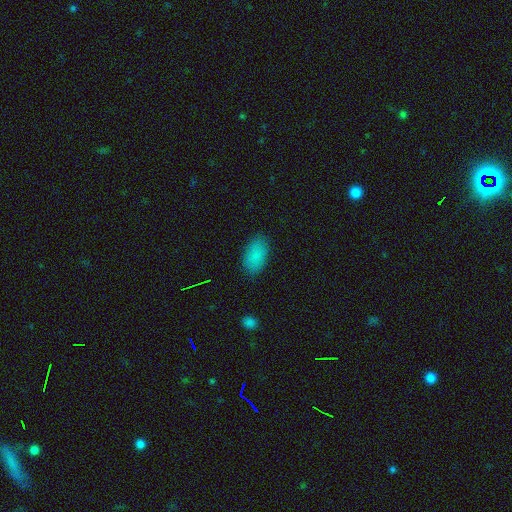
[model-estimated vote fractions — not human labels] Morphology: type=smooth (85%); roundness=in between (93%); merging=none (84%).